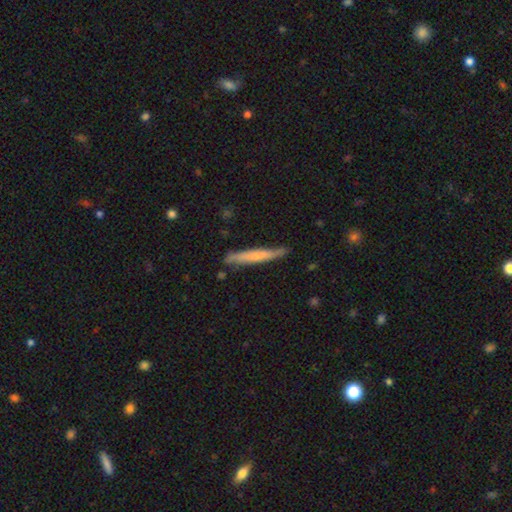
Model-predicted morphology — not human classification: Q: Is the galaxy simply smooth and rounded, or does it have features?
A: smooth — 57%.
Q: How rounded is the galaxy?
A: cigar-shaped — 95%.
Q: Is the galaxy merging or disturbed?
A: none — 78%.